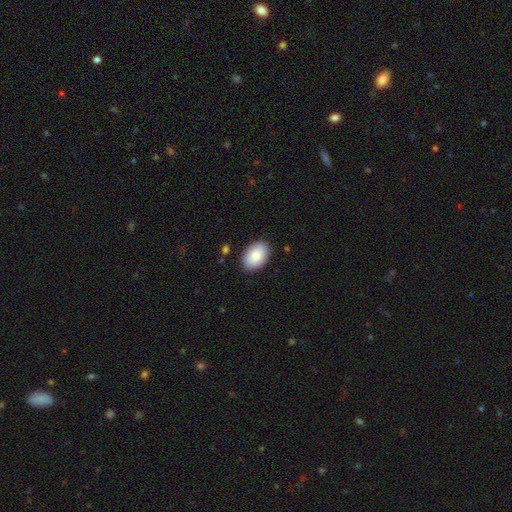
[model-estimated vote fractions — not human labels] The model was most divided on "merging": none: 87%, minor disturbance: 10%, major disturbance: 2%, merger: 1%. More confident: how rounded — in between (90%); smooth or featured — smooth (87%).